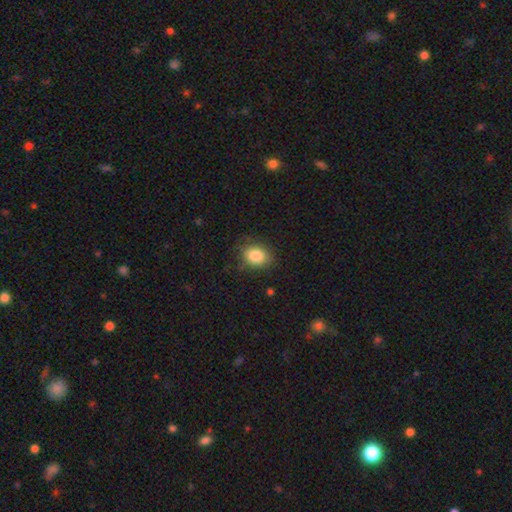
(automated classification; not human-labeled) This appears to be a smooth galaxy with no disk features (85%) that is in between round and cigar-shaped (61%). Merging: none (79%).